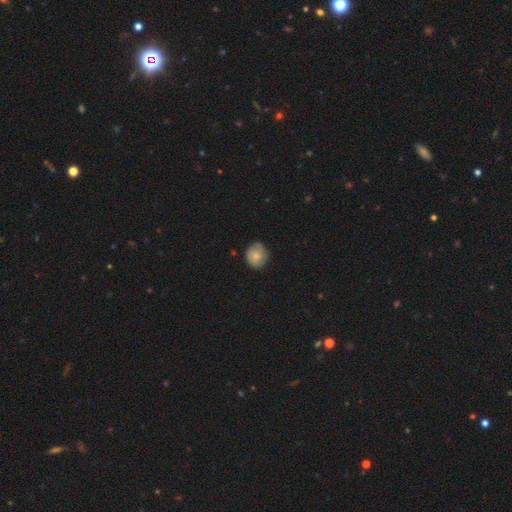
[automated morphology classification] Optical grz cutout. It shows a smooth galaxy with no disk features (75%) that is round (80%). Merging: none (78%).